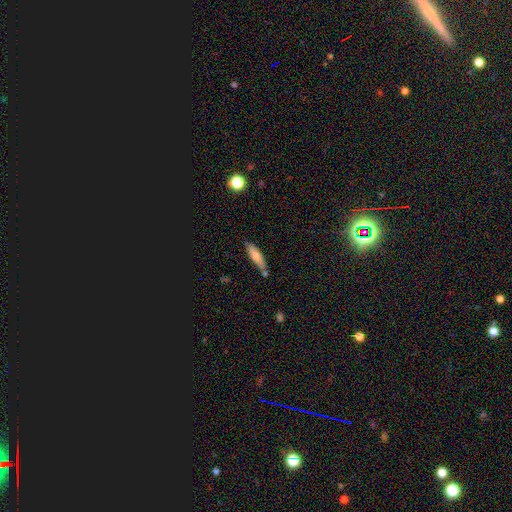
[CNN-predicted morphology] Overall: smooth (71%). How rounded: cigar-shaped (70%). Merging: none (69%).